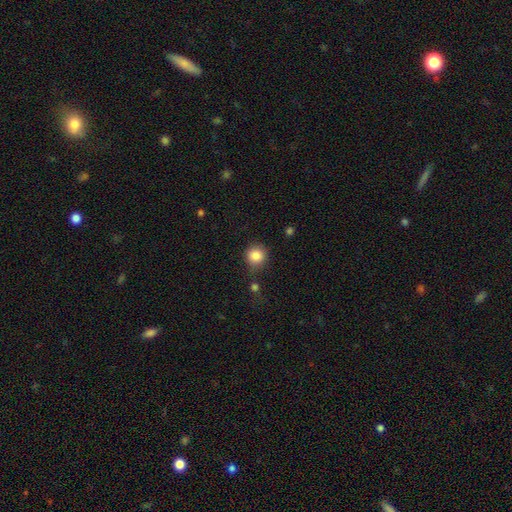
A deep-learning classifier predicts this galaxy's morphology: Smooth or featured? Predicted: smooth (p=0.85). How rounded? Predicted: round (p=0.91). Merging? Predicted: none (p=0.79).